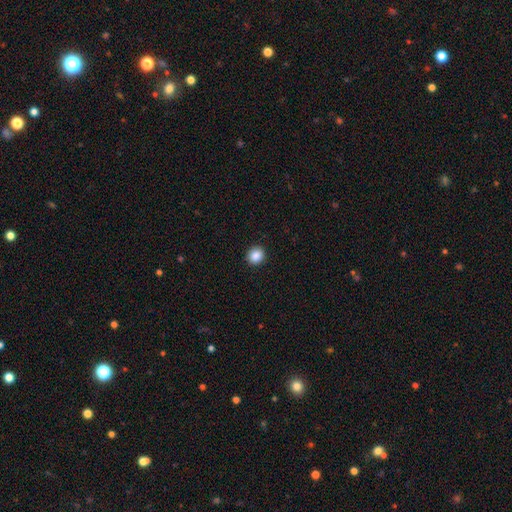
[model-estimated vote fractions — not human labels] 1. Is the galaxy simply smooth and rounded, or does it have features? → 88% smooth, 9% star or artifact, 3% featured or disk.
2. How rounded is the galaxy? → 83% round, 16% in between, 1% cigar-shaped.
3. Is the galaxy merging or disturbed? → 92% none, 5% minor disturbance, 2% major disturbance, 1% merger.